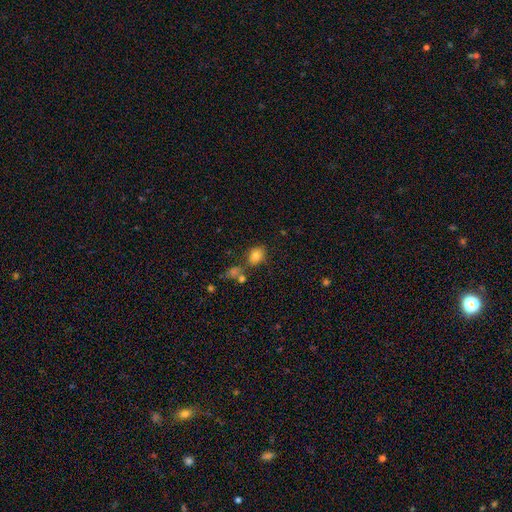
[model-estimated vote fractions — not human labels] smooth-or-featured: smooth: 81% | star or artifact: 11% | featured or disk: 7%
  how-rounded: in between: 60% | round: 38% | cigar-shaped: 1%
  merging: none: 68% | minor disturbance: 14% | merger: 12% | major disturbance: 5%